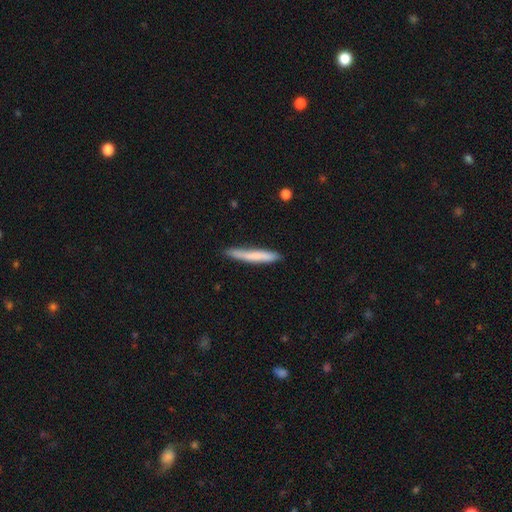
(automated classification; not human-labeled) Smooth or featured? smooth (71%)
How rounded? cigar-shaped (95%)
Merging? none (76%)